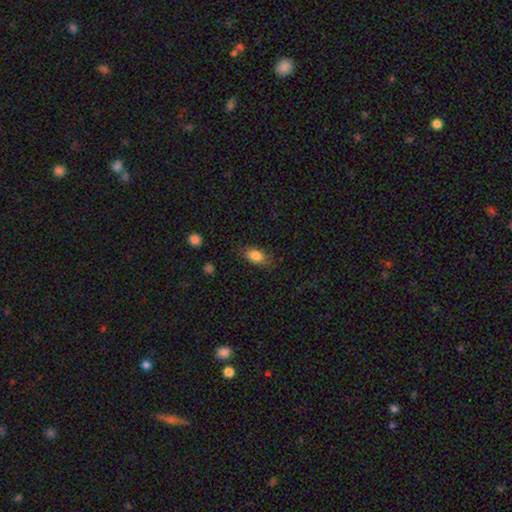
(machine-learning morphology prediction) A smooth galaxy with no disk features (84%) that is in between round and cigar-shaped (86%).

Vote fractions:
- Smooth or featured? smooth: 84% / featured or disk: 8% / star or artifact: 8%
- How rounded? in between: 86% / round: 10% / cigar-shaped: 4%
- Merging? none: 78% / minor disturbance: 17% / major disturbance: 4% / merger: 1%